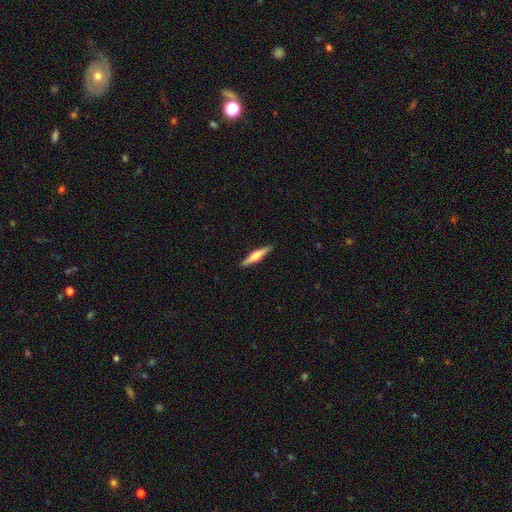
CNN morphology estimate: This is possibly a featured or disk galaxy (54%). It is clearly viewed edge-on (97%). Edge-on bulge: clearly rounded (86%). Merging: clearly none (91%).